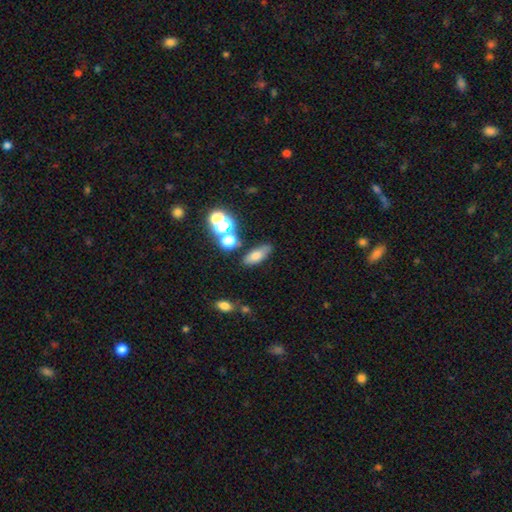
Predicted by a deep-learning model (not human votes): Smooth or featured: smooth — 66% (featured or disk — 19%)
How rounded: in between — 66% (cigar-shaped — 24%)
Merging: none — 74% (minor disturbance — 13%)